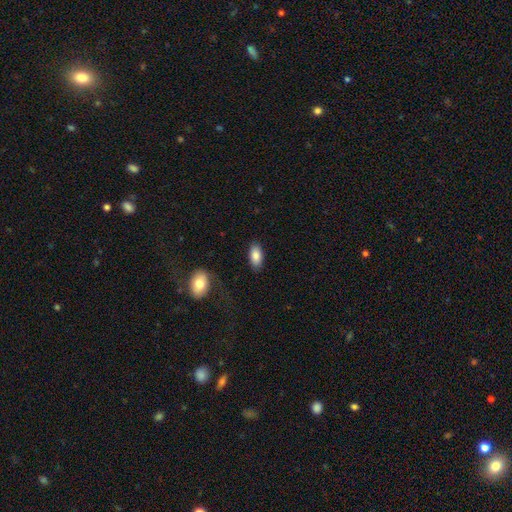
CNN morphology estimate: This is clearly a smooth galaxy (85%). How rounded: clearly in between (92%). Merging: clearly none (86%).